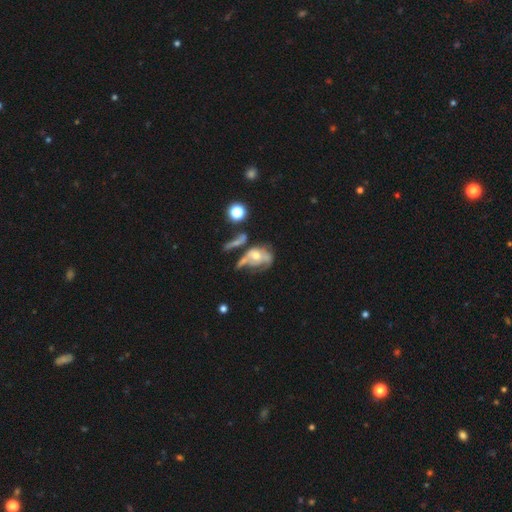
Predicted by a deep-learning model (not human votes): smooth_or_featured: featured or disk (p=0.56) [alt: smooth p=0.34]
disk_edge_on: no (p=0.93) [alt: yes p=0.07]
bar: no (p=0.82) [alt: weak p=0.14]
has_spiral_arms: no (p=0.62) [alt: yes p=0.38]
bulge_size: moderate (p=0.63) [alt: small p=0.24]
merging: major disturbance (p=0.33) [alt: merger p=0.30]